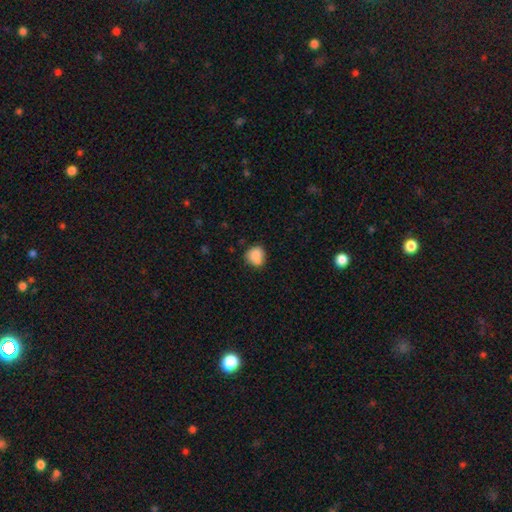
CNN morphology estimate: smooth_or_featured: smooth (p=0.85) [alt: star or artifact p=0.09]
how_rounded: round (p=0.75) [alt: in between p=0.24]
merging: none (p=0.66) [alt: minor disturbance p=0.24]